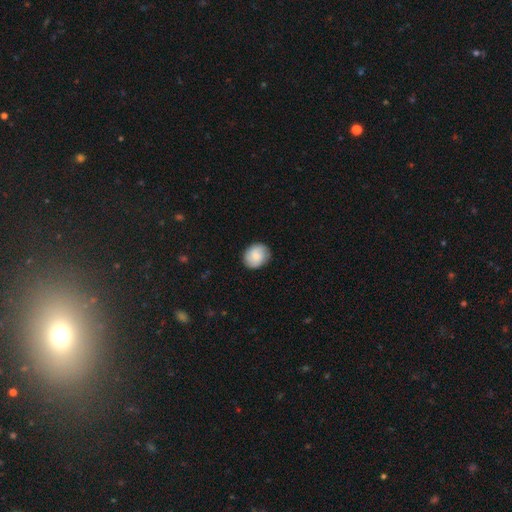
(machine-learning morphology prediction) type=smooth (78%); roundness=round (66%); merging=none (84%).